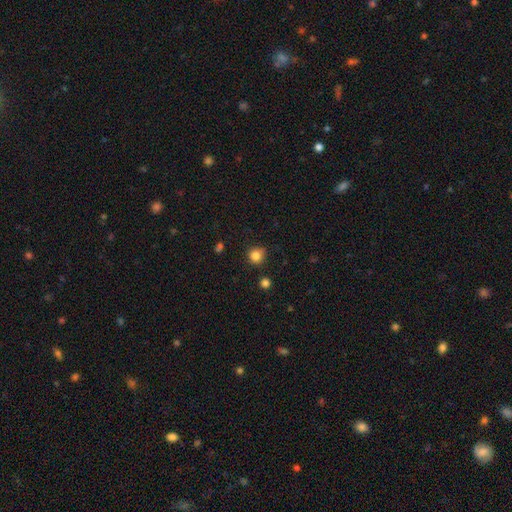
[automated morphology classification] type=smooth (84%); roundness=round (90%); merging=none (80%).